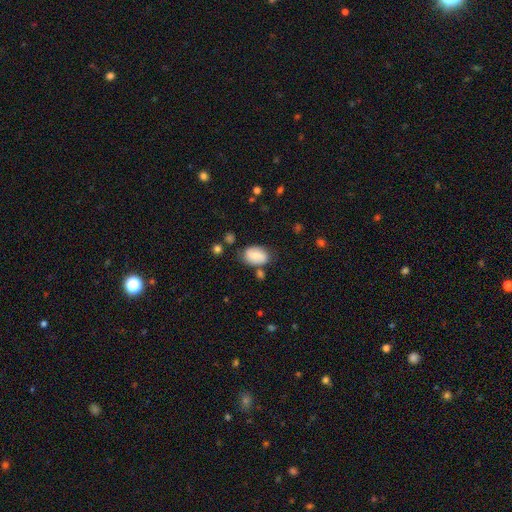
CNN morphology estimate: A smooth galaxy with no disk features (68%) that is in between round and cigar-shaped (85%). Merging: none (68%).